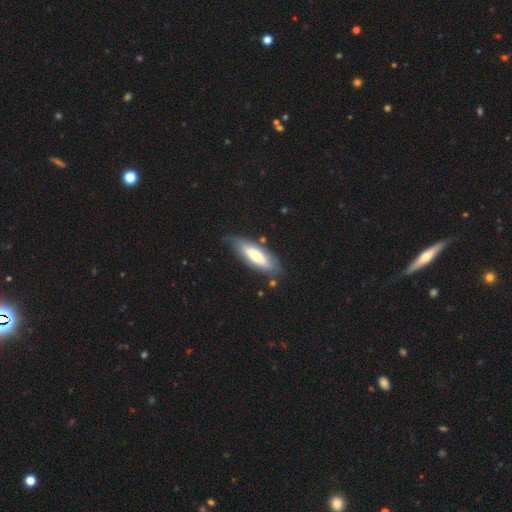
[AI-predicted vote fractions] smooth_or_featured: smooth (p=0.61) [alt: featured or disk p=0.33]
how_rounded: in between (p=0.58) [alt: cigar-shaped p=0.41]
merging: none (p=0.69) [alt: minor disturbance p=0.22]